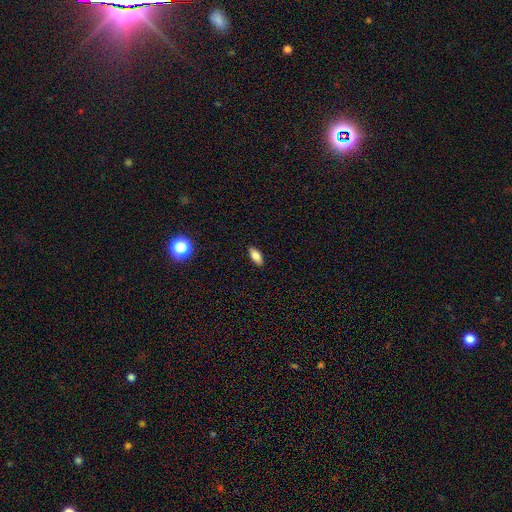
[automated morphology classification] Overall: smooth (81%). How rounded: in between (84%). Merging: none (89%).